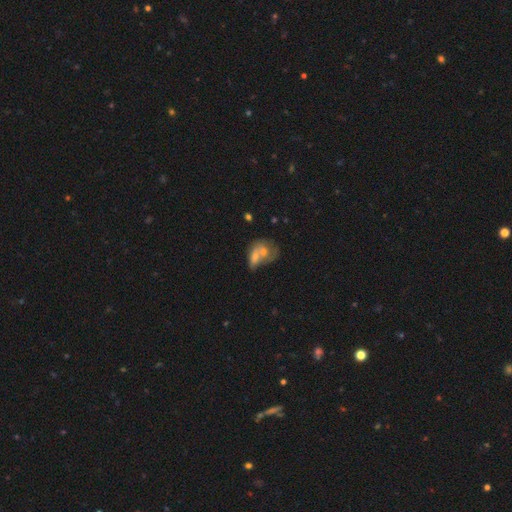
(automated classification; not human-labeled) Smooth or featured?
  - smooth: 46% *
  - featured or disk: 41%
  - star or artifact: 13%
Merging?
  - merger: 62% *
  - none: 21%
  - minor disturbance: 10%
  - major disturbance: 8%